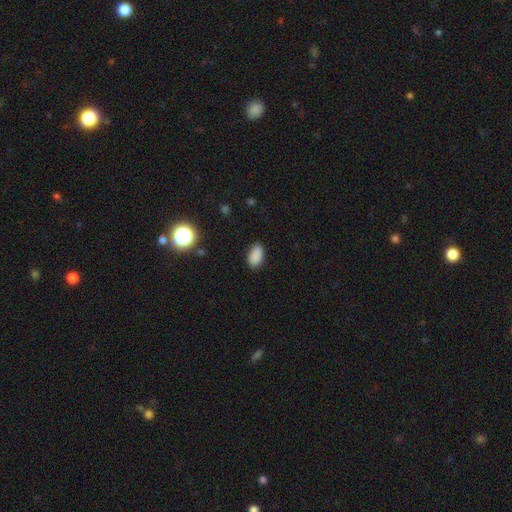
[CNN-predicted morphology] This is clearly a smooth galaxy (86%). How rounded: clearly in between (92%). Merging: clearly none (83%).